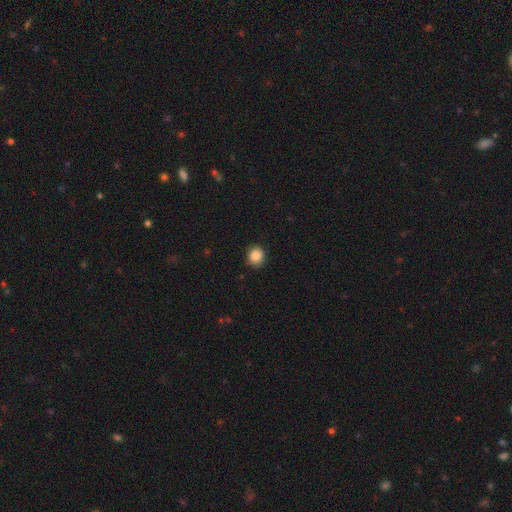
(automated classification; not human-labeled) Smooth or featured: smooth — 87% (star or artifact — 9%)
How rounded: round — 85% (in between — 14%)
Merging: none — 86% (minor disturbance — 11%)